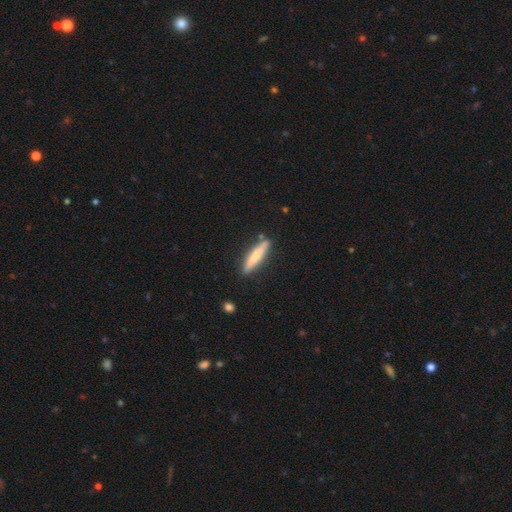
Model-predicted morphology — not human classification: Overall: smooth (70%). How rounded: cigar-shaped (89%). Merging: none (84%).